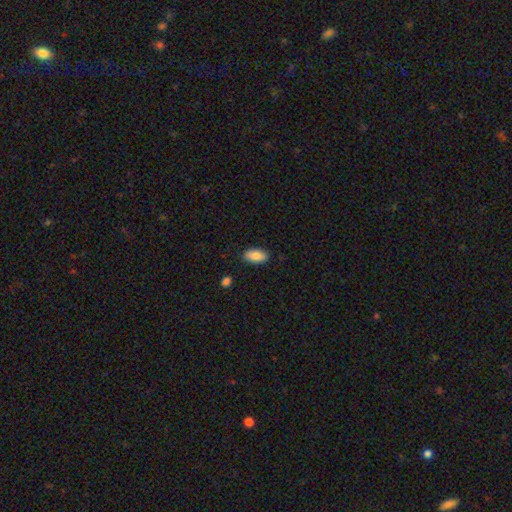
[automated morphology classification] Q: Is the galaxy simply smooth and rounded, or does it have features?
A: smooth — 85%.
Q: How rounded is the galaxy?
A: in between — 94%.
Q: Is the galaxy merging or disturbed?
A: none — 87%.